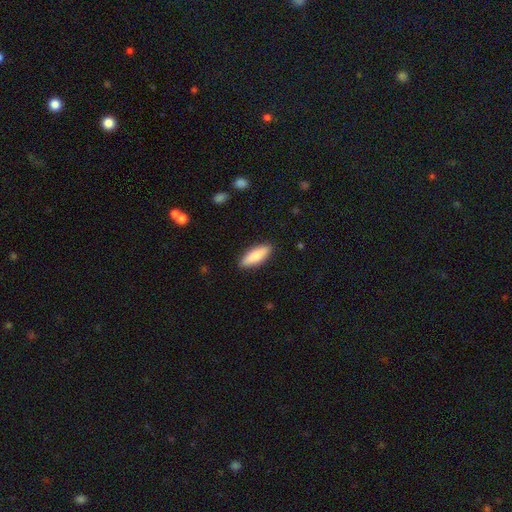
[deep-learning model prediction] This appears to be a smooth galaxy with no disk features (84%) that is in between round and cigar-shaped (62%). Merging: none (88%).